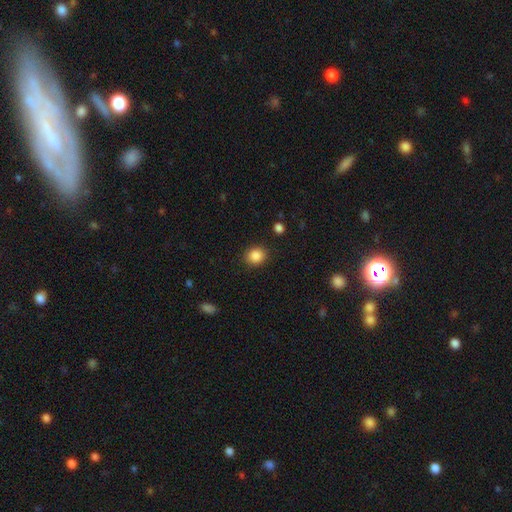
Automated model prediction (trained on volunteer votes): Morphology: type=smooth (87%); roundness=round (70%); merging=none (88%).